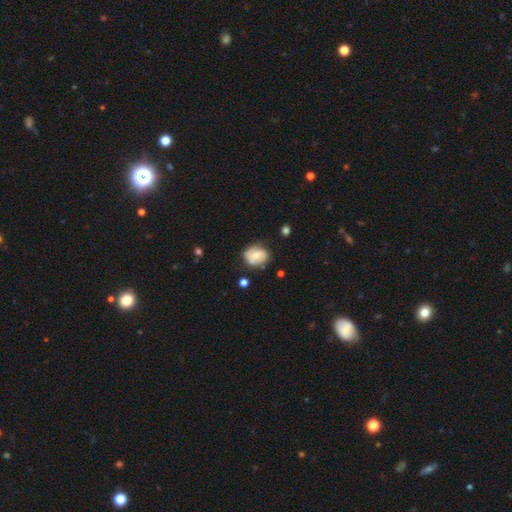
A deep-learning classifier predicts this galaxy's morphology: smooth_or_featured: smooth (p=0.56) [alt: featured or disk p=0.36]
how_rounded: round (p=0.56) [alt: in between p=0.43]
merging: none (p=0.62) [alt: minor disturbance p=0.27]